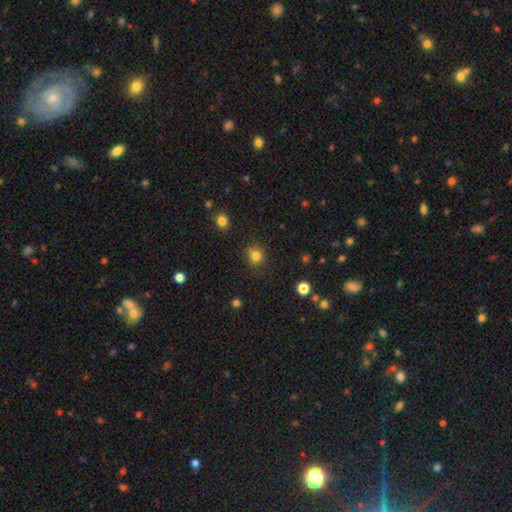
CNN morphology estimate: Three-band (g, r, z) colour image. It shows a smooth galaxy with no disk features (80%) that is round (84%). Merging: none (79%).